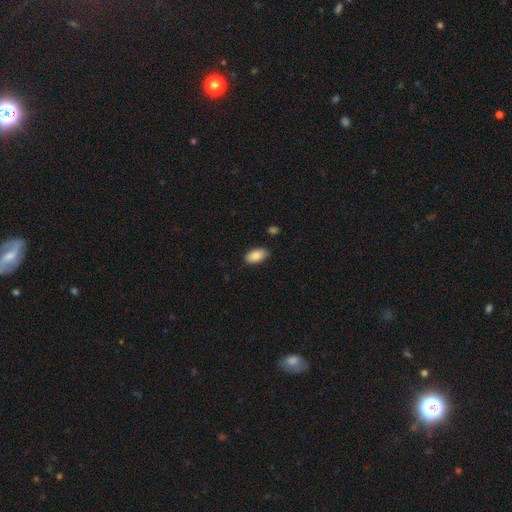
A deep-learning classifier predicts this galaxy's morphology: smooth 87%, star or artifact 7%, featured or disk 6%. Down the decision tree: how rounded — in between (94%); merging — none (86%).